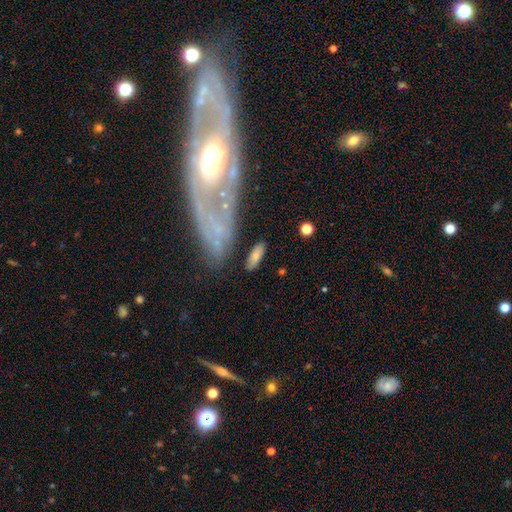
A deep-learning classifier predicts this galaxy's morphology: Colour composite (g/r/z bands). It shows a smooth galaxy with no disk features (74%) that is in between round and cigar-shaped (66%). Merging: none (78%).